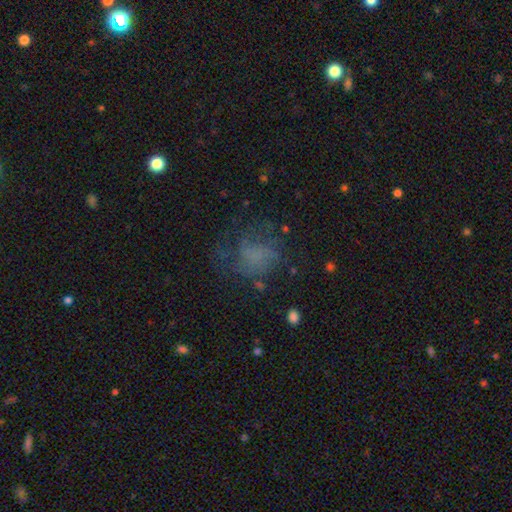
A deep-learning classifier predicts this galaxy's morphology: This appears to be a smooth galaxy with no disk features (47%). Merging: none (49%).